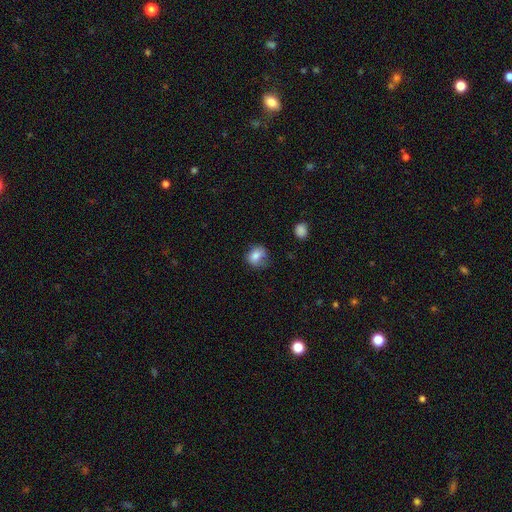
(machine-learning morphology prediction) Overall: smooth (81%). How rounded: round (65%; in between 34%). Merging: none (56%; minor disturbance 31%).